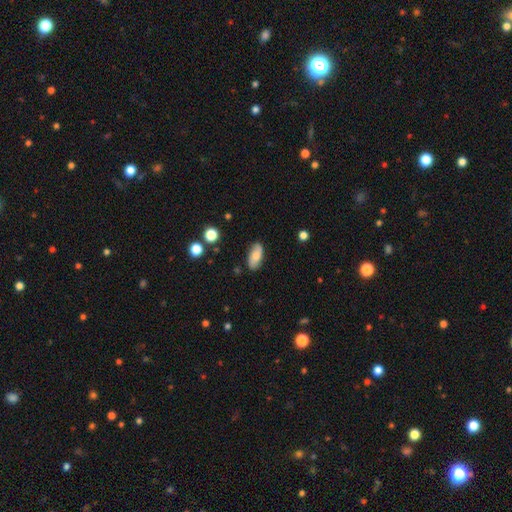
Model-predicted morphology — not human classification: Smooth or featured? Predicted: smooth (p=0.69). How rounded? Predicted: in between (p=0.88). Merging? Predicted: none (p=0.83).